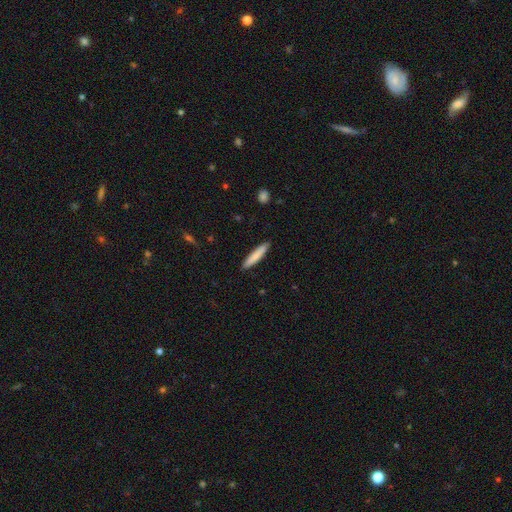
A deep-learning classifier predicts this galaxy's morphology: A smooth galaxy with no disk features (81%) that is cigar-shaped (91%).

Vote fractions:
- Smooth or featured? smooth: 81% / featured or disk: 13% / star or artifact: 6%
- How rounded? cigar-shaped: 91% / in between: 8% / round: 1%
- Merging? none: 91% / minor disturbance: 7% / major disturbance: 1% / merger: 1%